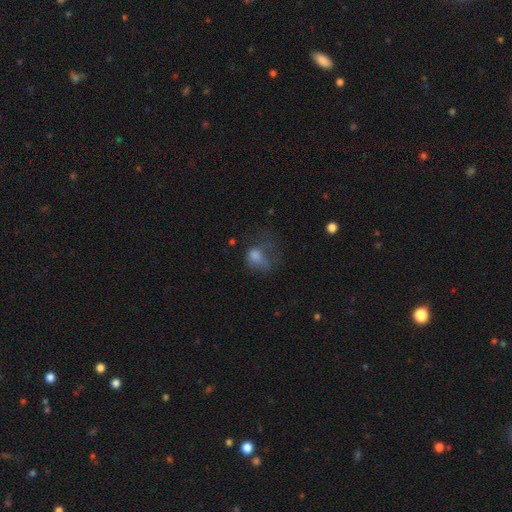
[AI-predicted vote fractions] Smooth or featured: smooth — 63% (featured or disk — 22%)
How rounded: round — 50% (in between — 49%)
Merging: major disturbance — 50% (none — 26%)